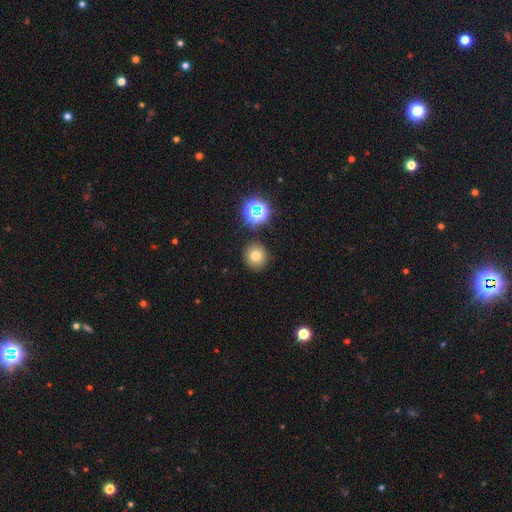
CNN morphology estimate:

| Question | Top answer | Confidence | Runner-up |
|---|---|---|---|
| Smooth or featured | smooth | 73% | star or artifact (18%) |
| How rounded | round | 90% | in between (9%) |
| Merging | none | 88% | minor disturbance (6%) |